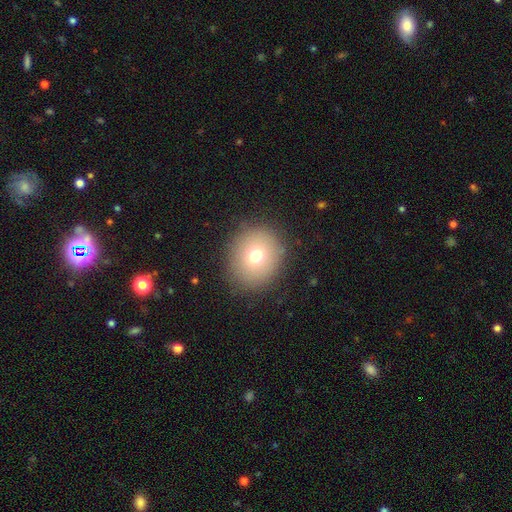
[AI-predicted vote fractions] Smooth or featured? smooth (71%)
How rounded? round (81%)
Merging? none (86%)